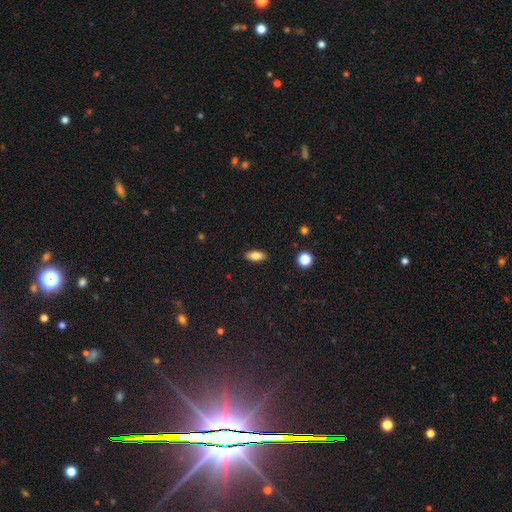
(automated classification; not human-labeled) smooth 79%, featured or disk 13%, star or artifact 8%. Down the decision tree: how rounded — in between (84%); merging — none (89%).